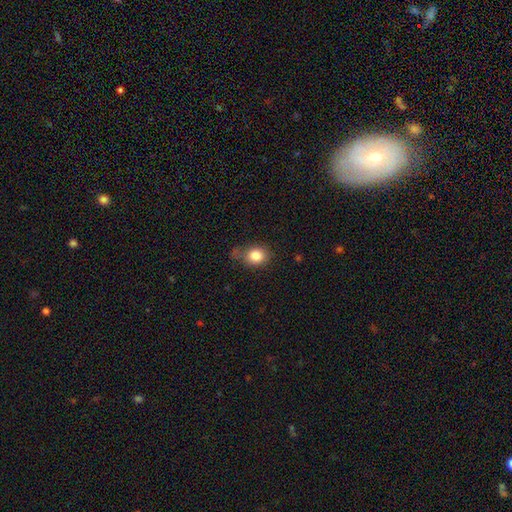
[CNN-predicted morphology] smooth-or-featured: smooth: 83% | star or artifact: 10% | featured or disk: 7%
  how-rounded: round: 62% | in between: 37% | cigar-shaped: 1%
  merging: none: 60% | minor disturbance: 27% | major disturbance: 9% | merger: 4%